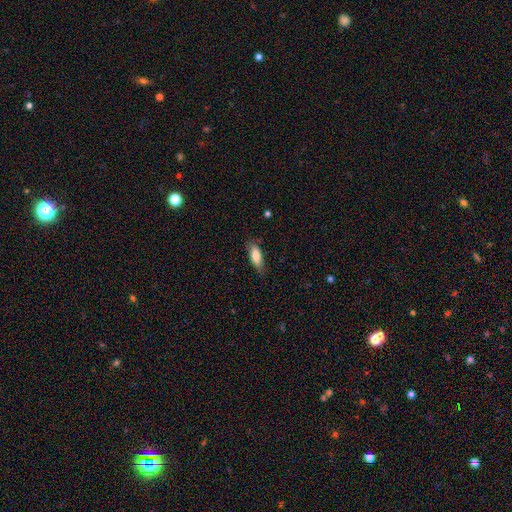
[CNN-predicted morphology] smooth 80%, featured or disk 13%, star or artifact 6%. Down the decision tree: how rounded — in between (70%); merging — none (79%).